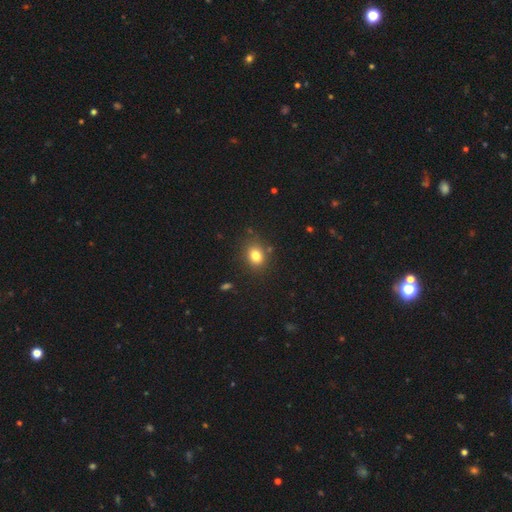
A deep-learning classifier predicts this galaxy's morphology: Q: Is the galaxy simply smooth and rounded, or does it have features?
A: smooth — 80%.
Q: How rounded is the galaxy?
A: round — 53%.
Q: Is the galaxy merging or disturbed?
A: none — 83%.